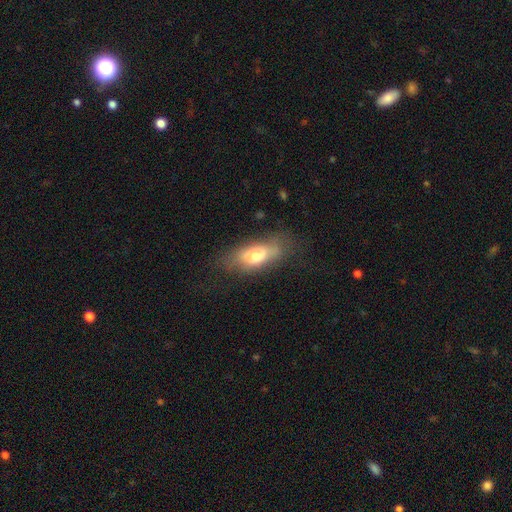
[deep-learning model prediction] This appears to be a smooth galaxy with no disk features (63%) that is in between round and cigar-shaped (78%). Merging: none (56%).